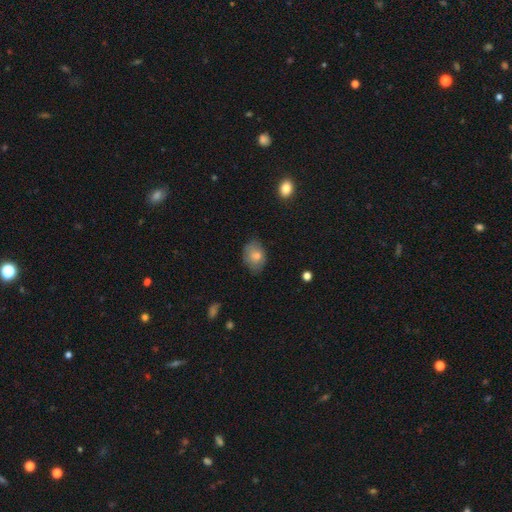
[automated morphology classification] Q: Smooth or featured?
A: smooth (76%); runner-up: featured or disk (16%)
Q: How rounded?
A: in between (75%); runner-up: round (24%)
Q: Merging?
A: none (72%); runner-up: minor disturbance (22%)